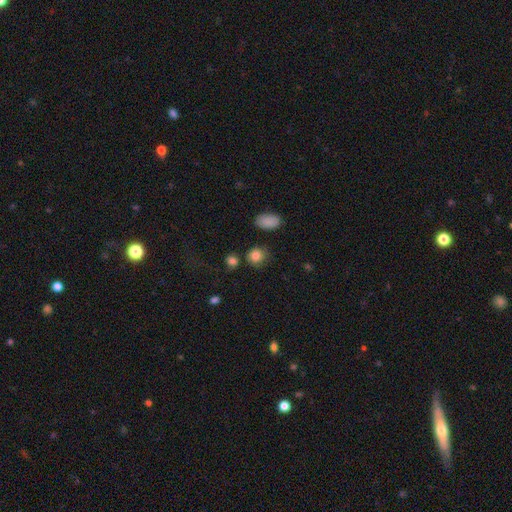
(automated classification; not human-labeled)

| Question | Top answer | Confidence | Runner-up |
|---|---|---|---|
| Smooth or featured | smooth | 84% | star or artifact (11%) |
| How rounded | round | 81% | in between (18%) |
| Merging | none | 78% | minor disturbance (12%) |